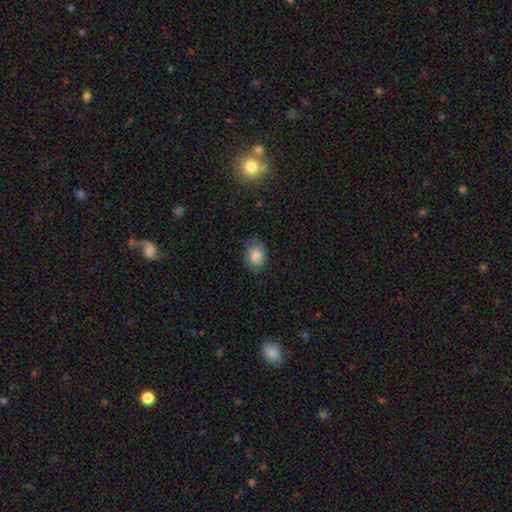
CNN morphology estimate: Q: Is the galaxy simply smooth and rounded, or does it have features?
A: smooth — 72%.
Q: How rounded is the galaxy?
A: in between — 74%.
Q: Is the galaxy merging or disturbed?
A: none — 73%.